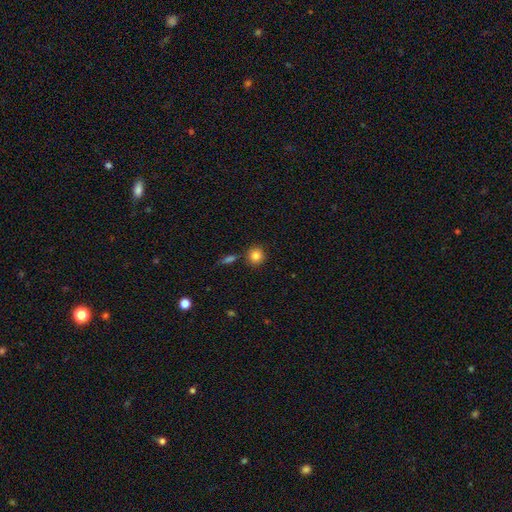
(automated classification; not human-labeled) Q: Smooth or featured?
A: smooth (84%); runner-up: star or artifact (9%)
Q: How rounded?
A: round (87%); runner-up: in between (12%)
Q: Merging?
A: none (82%); runner-up: minor disturbance (9%)